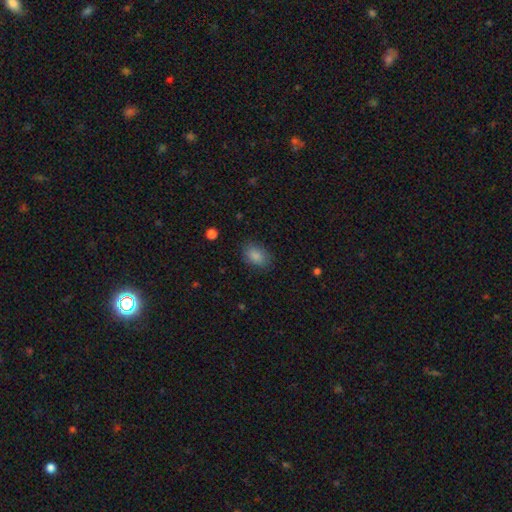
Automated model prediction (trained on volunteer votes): A smooth galaxy with no disk features (87%) that is in between round and cigar-shaped (82%).

Vote fractions:
- Smooth or featured? smooth: 87% / star or artifact: 8% / featured or disk: 5%
- How rounded? in between: 82% / round: 17% / cigar-shaped: 1%
- Merging? none: 81% / minor disturbance: 14% / major disturbance: 4% / merger: 1%